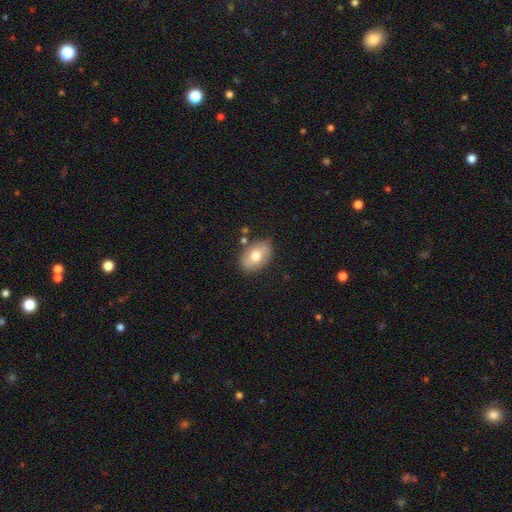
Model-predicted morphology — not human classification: smooth 72%, featured or disk 20%, star or artifact 7%. Down the decision tree: how rounded — in between (83%); merging — none (78%).